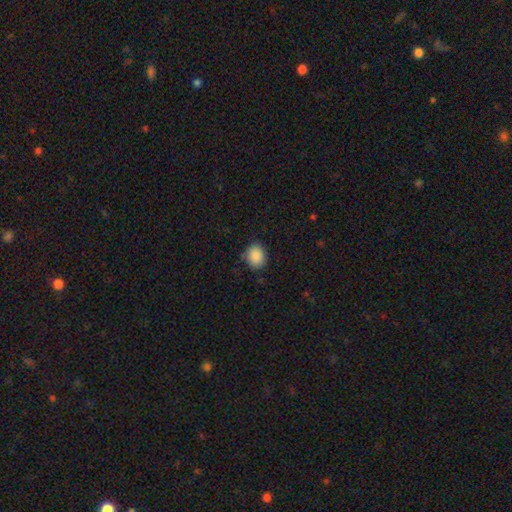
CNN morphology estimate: smooth 89%, star or artifact 8%, featured or disk 3%. Down the decision tree: how rounded — round (62%); merging — none (79%).